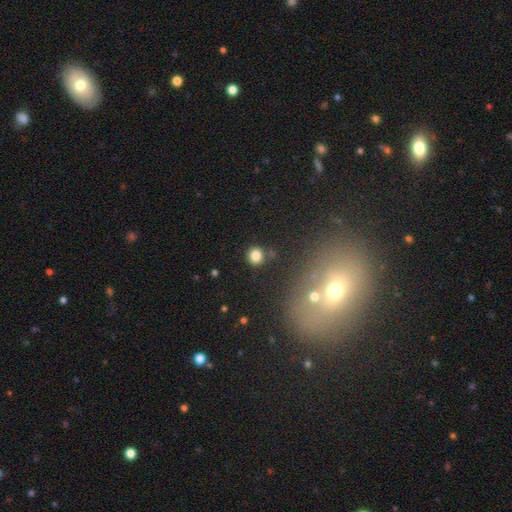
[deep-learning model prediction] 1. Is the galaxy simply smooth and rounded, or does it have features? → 81% smooth, 13% star or artifact, 6% featured or disk.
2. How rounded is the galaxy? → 90% round, 9% in between, 1% cigar-shaped.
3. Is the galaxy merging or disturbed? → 84% none, 8% minor disturbance, 5% merger, 3% major disturbance.